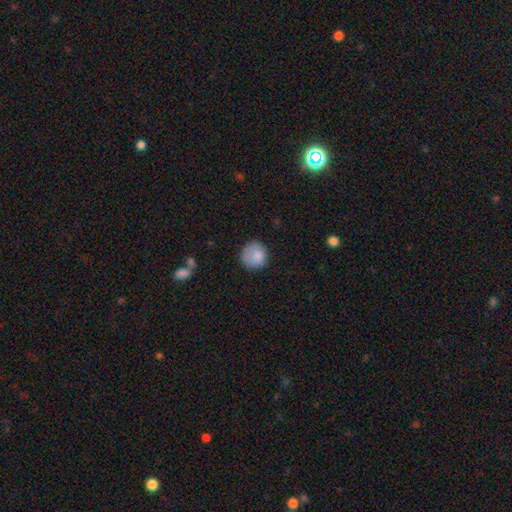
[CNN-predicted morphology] Smooth or featured? smooth (83%)
How rounded? round (90%)
Merging? none (75%)